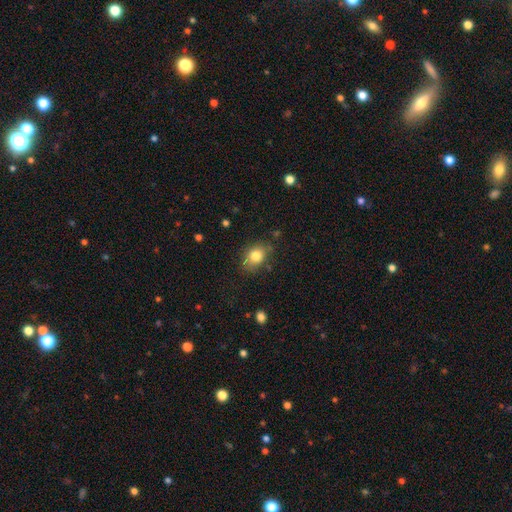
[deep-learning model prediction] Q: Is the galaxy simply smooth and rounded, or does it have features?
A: smooth — 80%.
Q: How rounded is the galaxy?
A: in between — 62%.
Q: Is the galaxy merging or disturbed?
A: none — 74%.